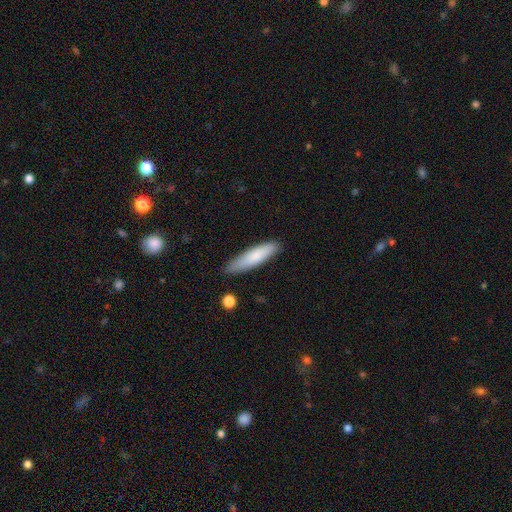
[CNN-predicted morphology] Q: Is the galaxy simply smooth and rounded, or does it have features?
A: smooth — 80%.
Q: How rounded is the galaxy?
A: cigar-shaped — 75%.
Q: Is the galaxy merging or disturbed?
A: none — 81%.